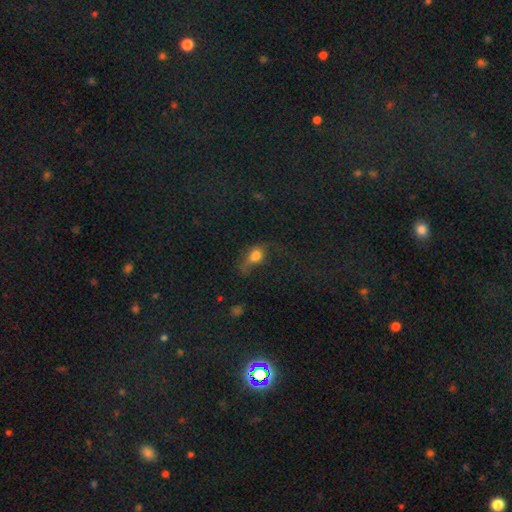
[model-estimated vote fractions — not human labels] Smooth or featured?
  - smooth: 67% *
  - featured or disk: 19%
  - star or artifact: 14%
How rounded?
  - in between: 62% *
  - round: 32%
  - cigar-shaped: 6%
Merging?
  - major disturbance: 42% *
  - none: 29%
  - minor disturbance: 23%
  - merger: 7%